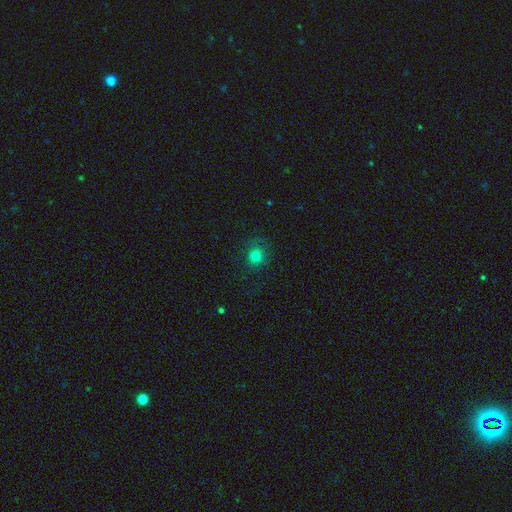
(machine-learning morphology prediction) type=smooth (78%); roundness=round (83%); merging=none (77%).